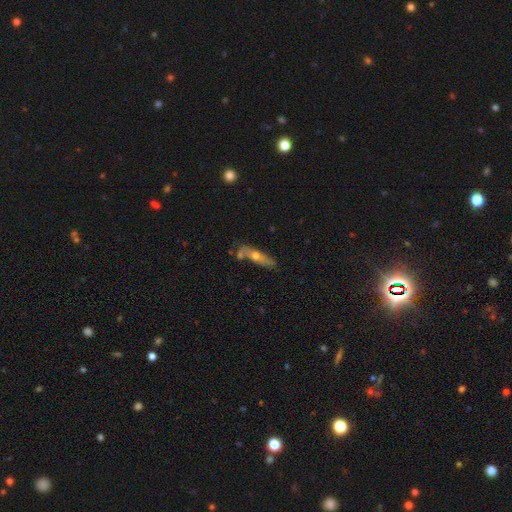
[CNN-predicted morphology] Smooth or featured?
  - featured or disk: 49% *
  - smooth: 44%
  - star or artifact: 7%
Merging?
  - none: 60% *
  - minor disturbance: 20%
  - merger: 14%
  - major disturbance: 6%